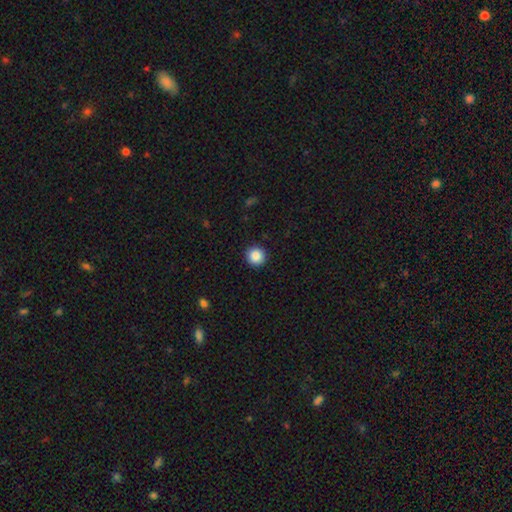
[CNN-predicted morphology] Smooth or featured: smooth — 87% (star or artifact — 9%)
How rounded: round — 95% (in between — 4%)
Merging: none — 93% (minor disturbance — 5%)